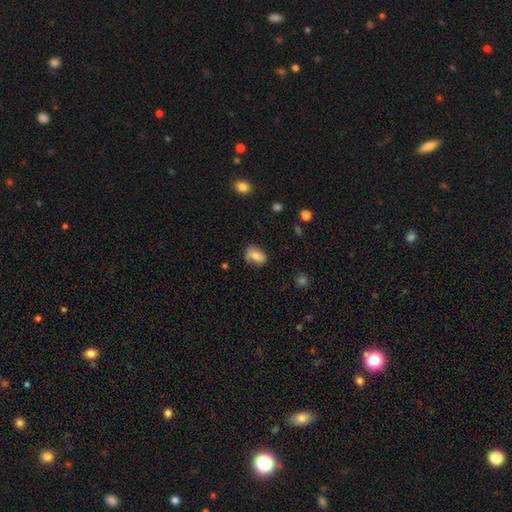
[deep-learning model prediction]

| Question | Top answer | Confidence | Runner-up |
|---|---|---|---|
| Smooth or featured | smooth | 79% | featured or disk (13%) |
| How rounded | in between | 86% | round (12%) |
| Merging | none | 63% | minor disturbance (27%) |